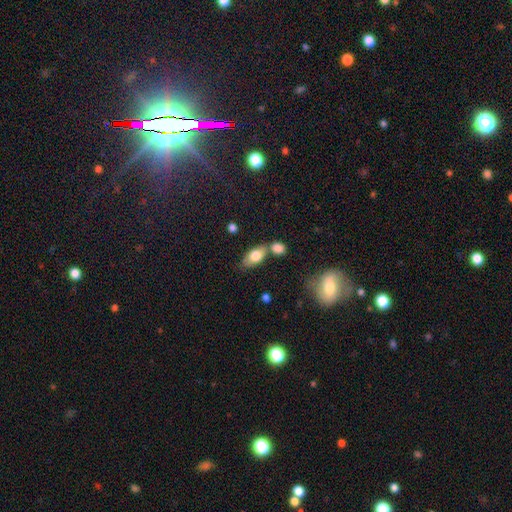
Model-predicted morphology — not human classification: Q: Smooth or featured?
A: smooth (76%); runner-up: featured or disk (17%)
Q: How rounded?
A: in between (87%); runner-up: cigar-shaped (8%)
Q: Merging?
A: none (55%); runner-up: merger (27%)